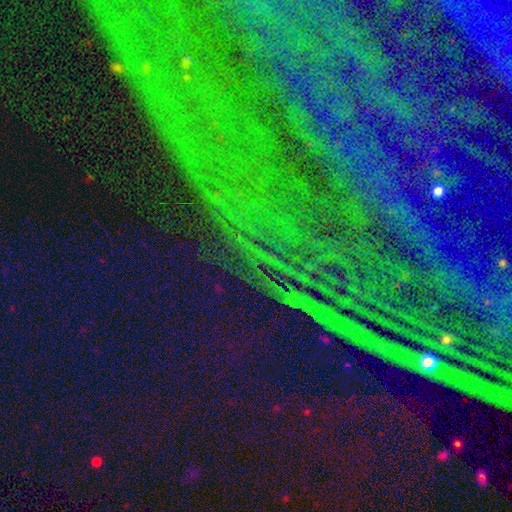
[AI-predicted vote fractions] A star or artifact, not a galaxy (87%).